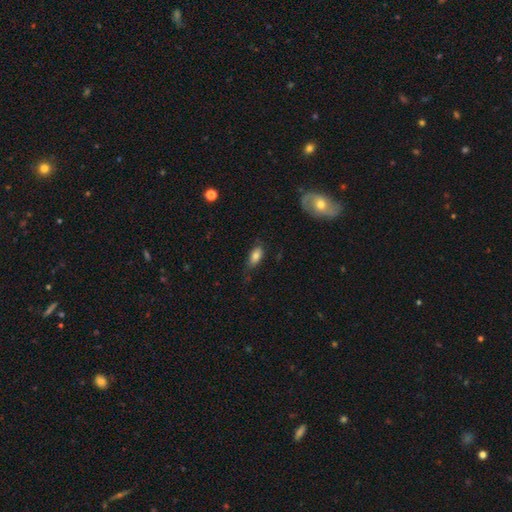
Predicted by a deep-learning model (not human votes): This is likely a smooth galaxy (79%). How rounded: clearly in between (89%). Merging: likely none (65%).